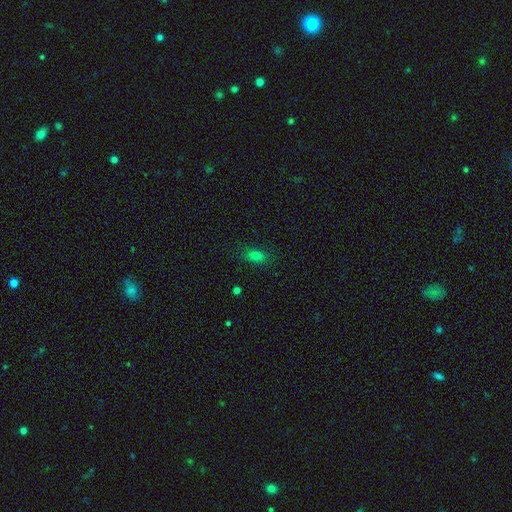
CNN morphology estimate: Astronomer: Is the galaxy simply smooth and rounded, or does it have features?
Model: smooth — 77%.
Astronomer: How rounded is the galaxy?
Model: in between — 79%.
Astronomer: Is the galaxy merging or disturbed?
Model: none — 83%.